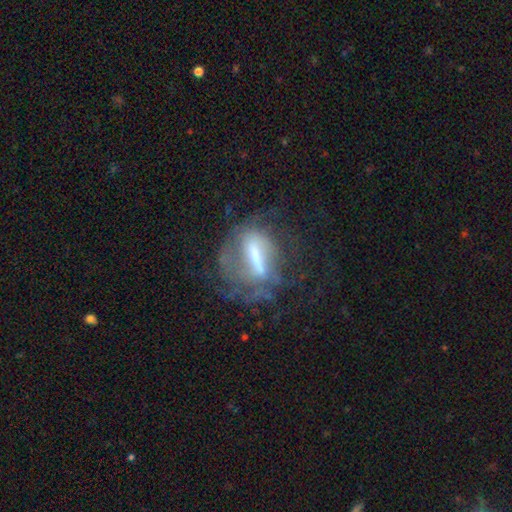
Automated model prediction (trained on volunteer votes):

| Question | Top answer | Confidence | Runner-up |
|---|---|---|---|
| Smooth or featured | featured or disk | 68% | smooth (22%) |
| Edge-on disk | no | 83% | yes (17%) |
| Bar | strong | 68% | weak (22%) |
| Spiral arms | yes | 66% | no (34%) |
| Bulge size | moderate | 36% | small (28%) |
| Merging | none | 50% | major disturbance (27%) |